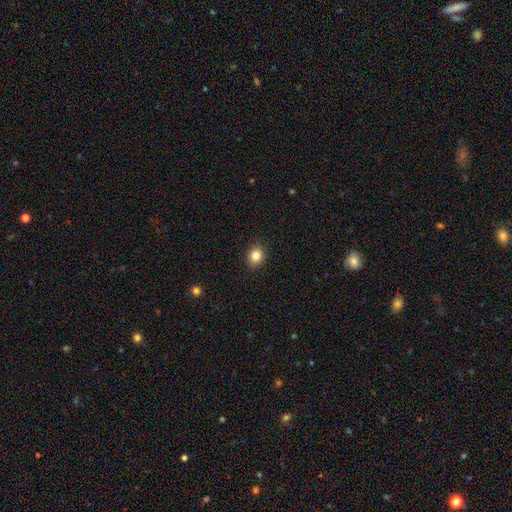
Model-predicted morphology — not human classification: smooth-or-featured: smooth: 84% | star or artifact: 10% | featured or disk: 6%
  how-rounded: round: 64% | in between: 35% | cigar-shaped: 1%
  merging: none: 91% | minor disturbance: 6% | major disturbance: 2% | merger: 1%